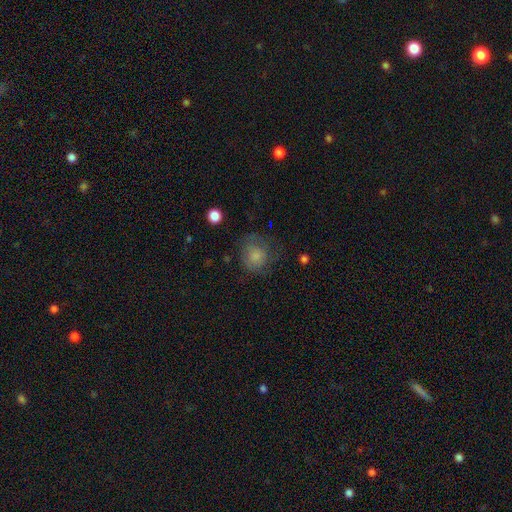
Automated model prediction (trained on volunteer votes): Smooth or featured: smooth — 72% (featured or disk — 19%)
How rounded: round — 80% (in between — 19%)
Merging: none — 57% (minor disturbance — 24%)